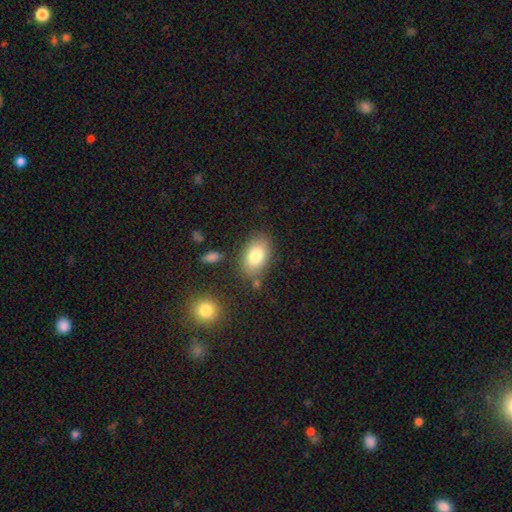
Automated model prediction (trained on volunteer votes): smooth_or_featured: smooth (p=0.80) [alt: featured or disk p=0.12]
how_rounded: in between (p=0.89) [alt: round p=0.10]
merging: none (p=0.79) [alt: minor disturbance p=0.13]